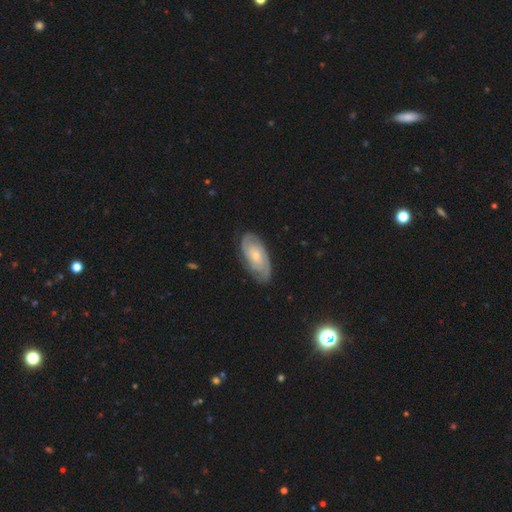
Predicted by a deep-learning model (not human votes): Smooth or featured? Predicted: featured or disk (p=0.77). Edge-on disk? Predicted: no (p=0.95). Bar? Predicted: no (p=0.68). Spiral arms? Predicted: yes (p=0.95). Spiral winding? Predicted: tight (p=0.64). Spiral arm count? Predicted: 2 (p=0.63). Bulge size? Predicted: small (p=0.49). Merging? Predicted: none (p=0.79).